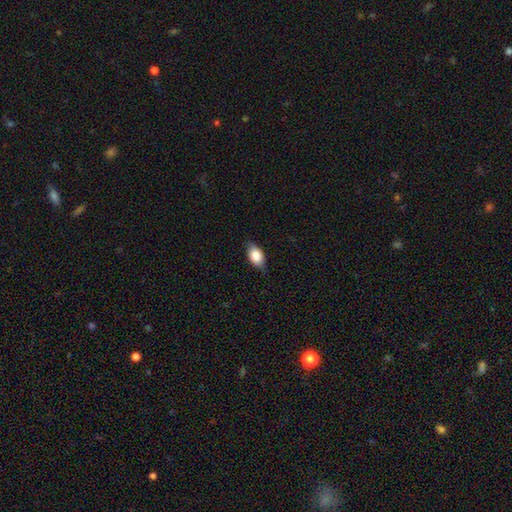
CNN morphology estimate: smooth 81%, featured or disk 12%, star or artifact 7%. Down the decision tree: how rounded — in between (88%); merging — none (81%).